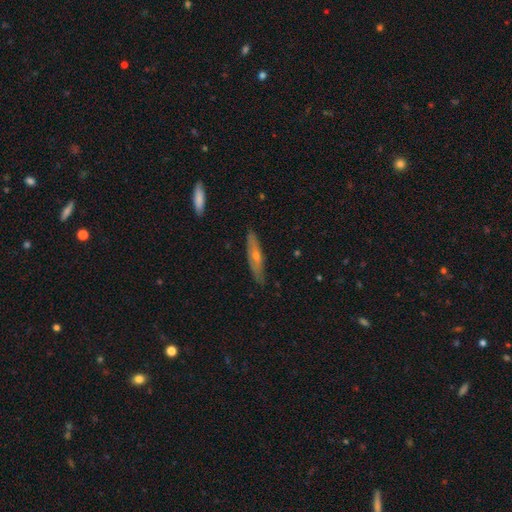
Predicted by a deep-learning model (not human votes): Smooth or featured?
  - featured or disk: 56% *
  - smooth: 36%
  - star or artifact: 7%
Edge-on disk?
  - yes: 72% *
  - no: 28%
Merging?
  - none: 85% *
  - minor disturbance: 12%
  - major disturbance: 2%
  - merger: 1%